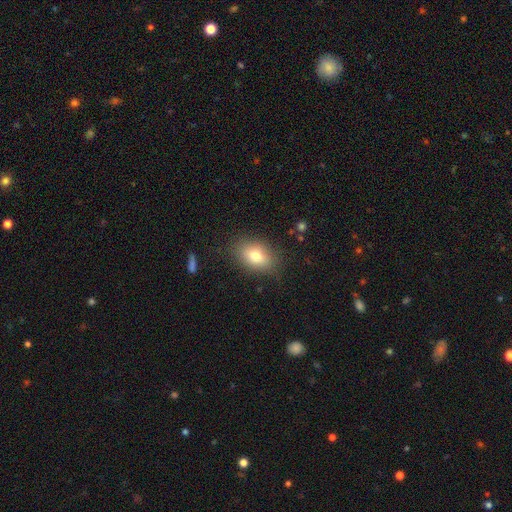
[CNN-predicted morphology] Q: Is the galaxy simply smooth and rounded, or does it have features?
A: smooth — 76%.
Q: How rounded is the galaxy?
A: in between — 79%.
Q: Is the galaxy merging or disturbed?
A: none — 83%.